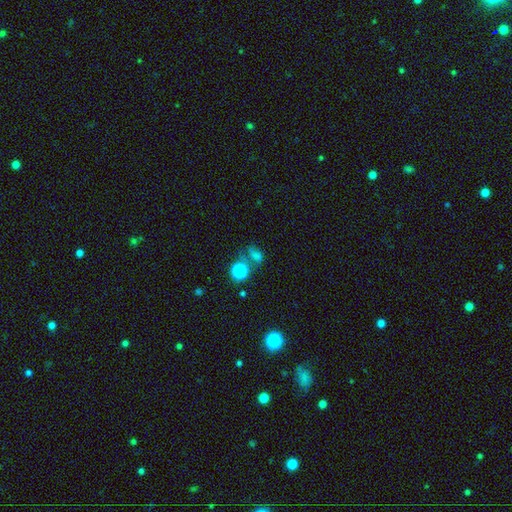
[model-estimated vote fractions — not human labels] Morphology: type=smooth (60%); roundness=in between (50%); merging=none (43%).